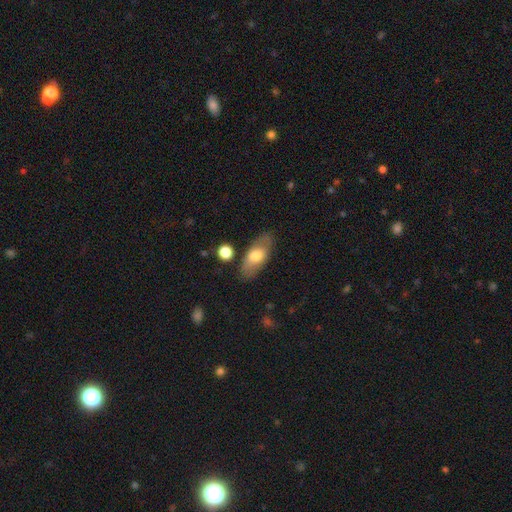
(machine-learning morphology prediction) A smooth galaxy with no disk features (66%) that is in between round and cigar-shaped (84%). Merging: none (79%).